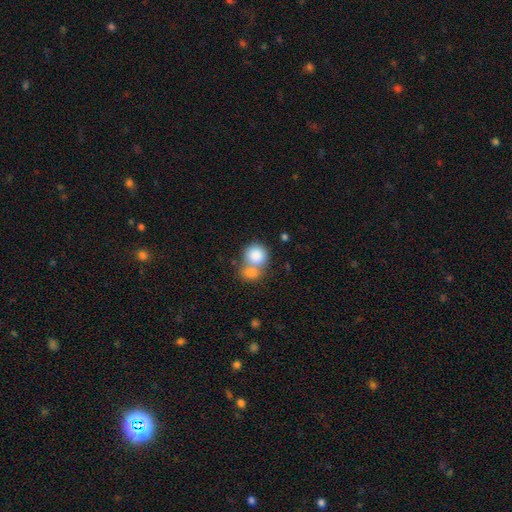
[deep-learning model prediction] smooth 83%, featured or disk 9%, star or artifact 8%. Down the decision tree: how rounded — round (81%); merging — merger (57%).